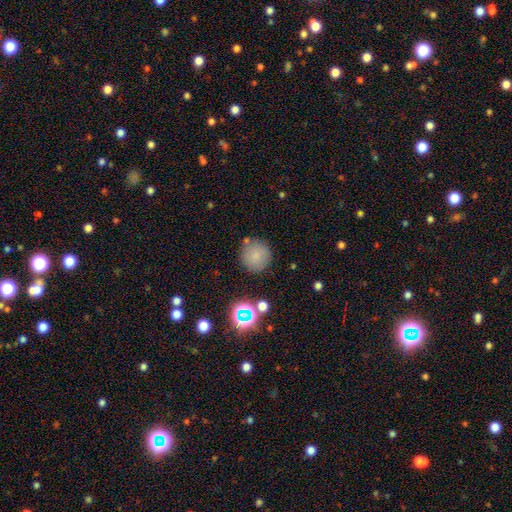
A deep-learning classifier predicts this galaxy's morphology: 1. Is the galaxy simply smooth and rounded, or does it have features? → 79% smooth, 13% star or artifact, 8% featured or disk.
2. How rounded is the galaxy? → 94% round, 5% in between, 1% cigar-shaped.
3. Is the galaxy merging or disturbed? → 80% none, 10% minor disturbance, 6% merger, 4% major disturbance.